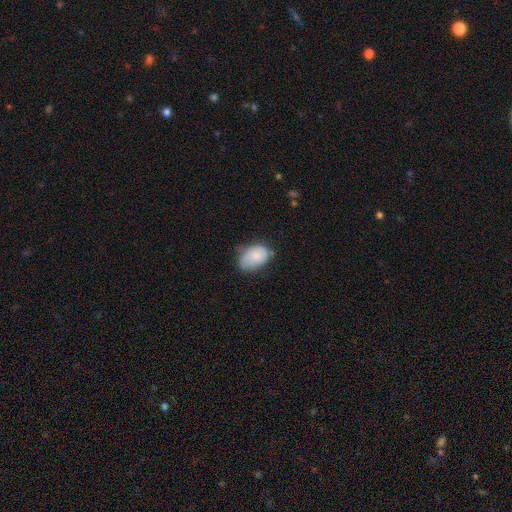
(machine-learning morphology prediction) type=smooth (78%); roundness=in between (84%); merging=none (42%).